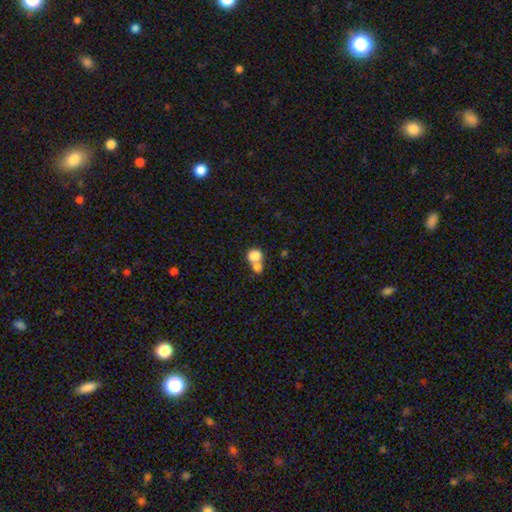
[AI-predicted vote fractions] A smooth galaxy with no disk features (80%) that is round (72%).

Vote fractions:
- Smooth or featured? smooth: 80% / featured or disk: 11% / star or artifact: 9%
- How rounded? round: 72% / in between: 27% / cigar-shaped: 1%
- Merging? merger: 63% / none: 28% / minor disturbance: 6% / major disturbance: 3%